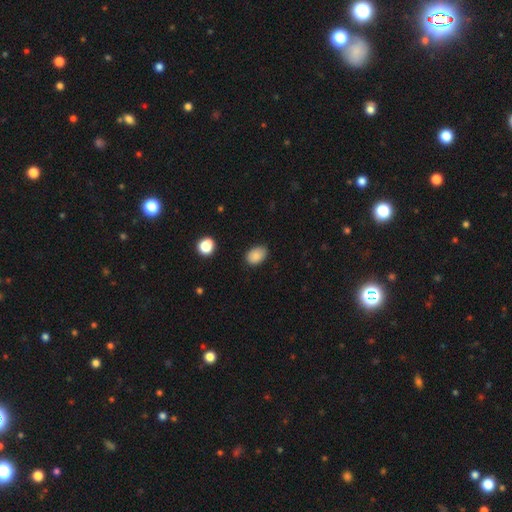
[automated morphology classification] type=smooth (86%); roundness=in between (79%); merging=none (79%).